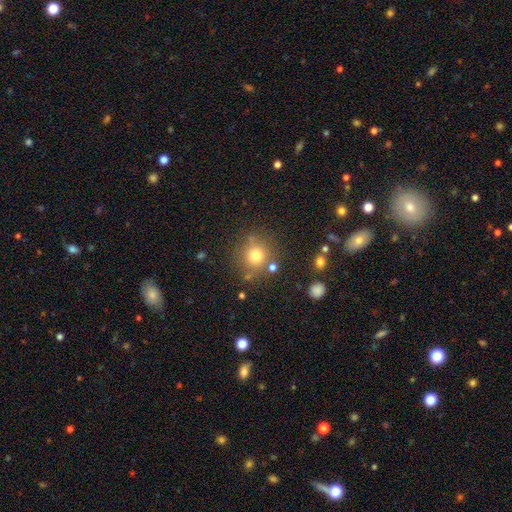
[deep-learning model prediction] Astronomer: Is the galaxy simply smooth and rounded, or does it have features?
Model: smooth — 75%.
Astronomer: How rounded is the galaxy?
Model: round — 91%.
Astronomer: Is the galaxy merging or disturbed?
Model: none — 78%.